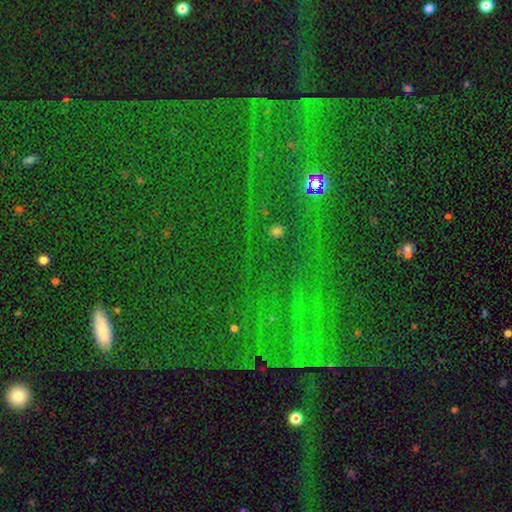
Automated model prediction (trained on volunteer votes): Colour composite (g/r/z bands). It shows a star or artifact, not a galaxy (78%).